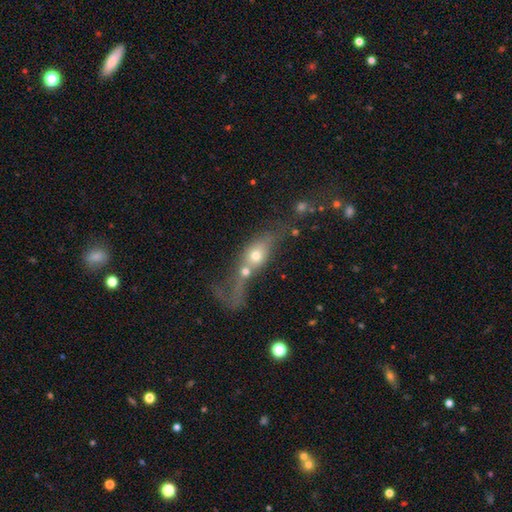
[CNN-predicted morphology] Q: Smooth or featured?
A: smooth (54%); runner-up: featured or disk (34%)
Q: How rounded?
A: in between (54%); runner-up: round (26%)
Q: Merging?
A: merger (61%); runner-up: major disturbance (19%)